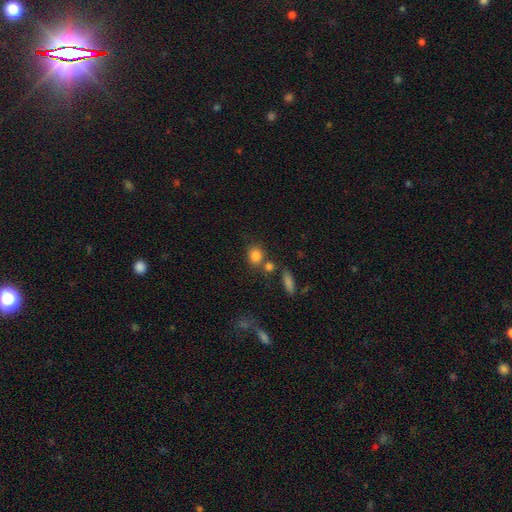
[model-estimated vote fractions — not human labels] Overall: smooth (83%). How rounded: round (69%; in between 30%). Merging: none (60%; merger 23%).